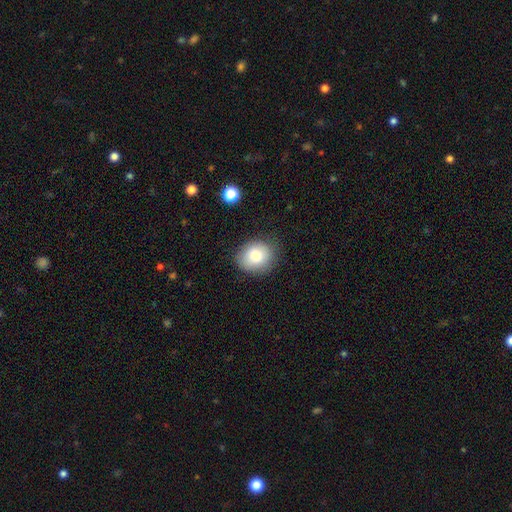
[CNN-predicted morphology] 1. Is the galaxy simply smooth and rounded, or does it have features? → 83% smooth, 9% featured or disk, 8% star or artifact.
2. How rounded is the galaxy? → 58% round, 41% in between, 1% cigar-shaped.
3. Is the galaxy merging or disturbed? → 80% none, 15% minor disturbance, 4% major disturbance, 1% merger.